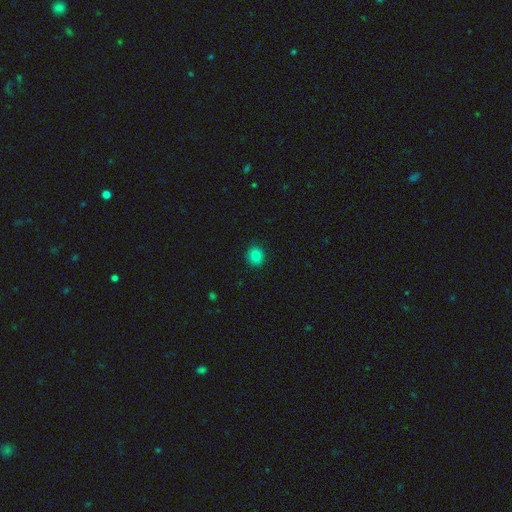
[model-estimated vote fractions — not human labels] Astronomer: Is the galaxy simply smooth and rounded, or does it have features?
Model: smooth — 84%.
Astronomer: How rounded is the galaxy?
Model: round — 83%.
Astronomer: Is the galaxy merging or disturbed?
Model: none — 90%.